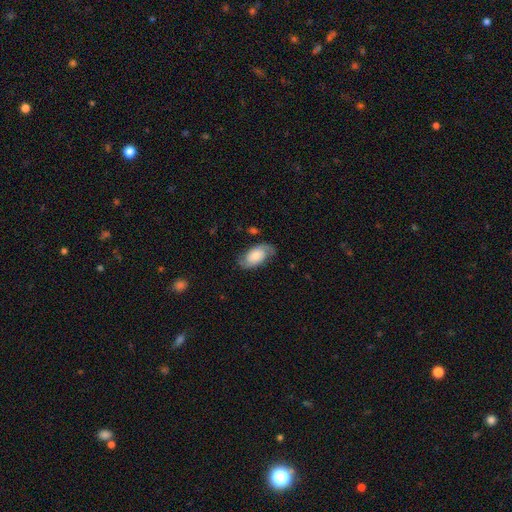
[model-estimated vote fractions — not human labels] smooth-or-featured: featured or disk: 70% | smooth: 24% | star or artifact: 7%
  disk-edge-on: no: 96% | yes: 4%
    bar: no: 68% | weak: 25% | strong: 6%
    has-spiral-arms: yes: 93% | no: 7%
      spiral-winding: medium: 43% | tight: 35% | loose: 22%
      spiral-arm-count: 2: 88% | can't tell: 6% | 1: 3% | 3: 1% | 4: 1% | more than 4: 1%
    bulge-size: moderate: 38% | small: 31% | large: 19% | none: 9% | dominant: 4%
  merging: none: 76% | minor disturbance: 16% | major disturbance: 6% | merger: 2%